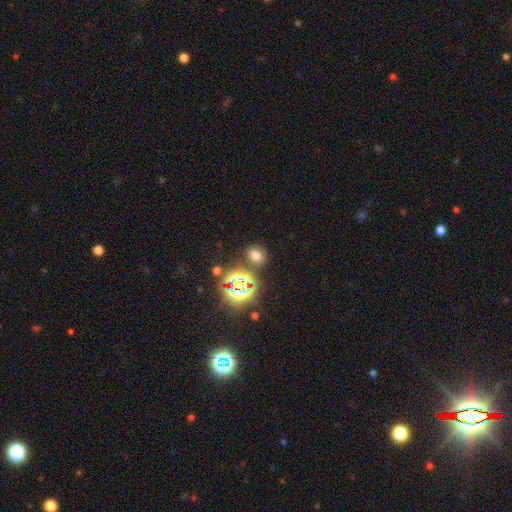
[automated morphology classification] smooth-or-featured: smooth: 61% | star or artifact: 32% | featured or disk: 7%
  how-rounded: round: 60% | in between: 39% | cigar-shaped: 1%
  merging: none: 81% | minor disturbance: 9% | merger: 6% | major disturbance: 3%